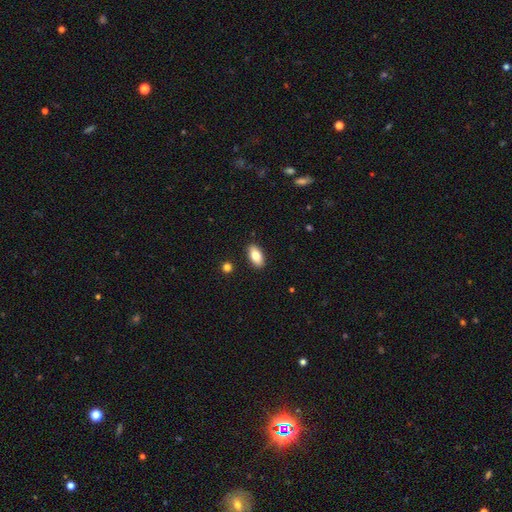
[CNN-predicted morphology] Smooth or featured: smooth — 82% (featured or disk — 11%)
How rounded: in between — 90% (cigar-shaped — 7%)
Merging: none — 90% (minor disturbance — 7%)